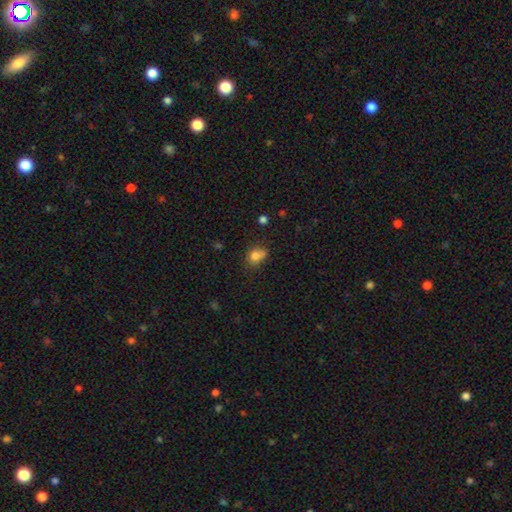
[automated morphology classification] Q: Smooth or featured?
A: smooth (79%); runner-up: star or artifact (12%)
Q: How rounded?
A: in between (55%); runner-up: round (43%)
Q: Merging?
A: none (44%); runner-up: minor disturbance (30%)